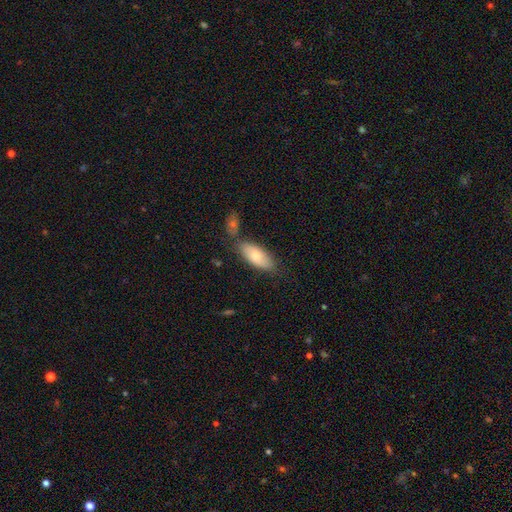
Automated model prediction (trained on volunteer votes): Smooth or featured: smooth — 71% (featured or disk — 22%)
How rounded: in between — 83% (cigar-shaped — 14%)
Merging: none — 69% (minor disturbance — 15%)